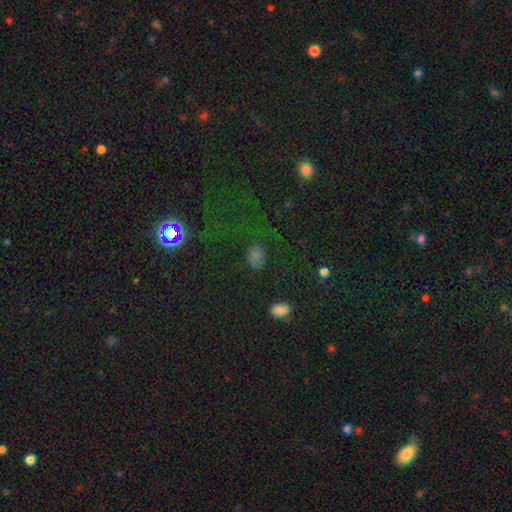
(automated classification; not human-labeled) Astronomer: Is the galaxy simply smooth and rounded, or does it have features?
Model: smooth — 53% (runner-up: star or artifact, 38%).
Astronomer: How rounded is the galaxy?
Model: in between — 62%.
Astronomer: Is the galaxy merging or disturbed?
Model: none — 68%.